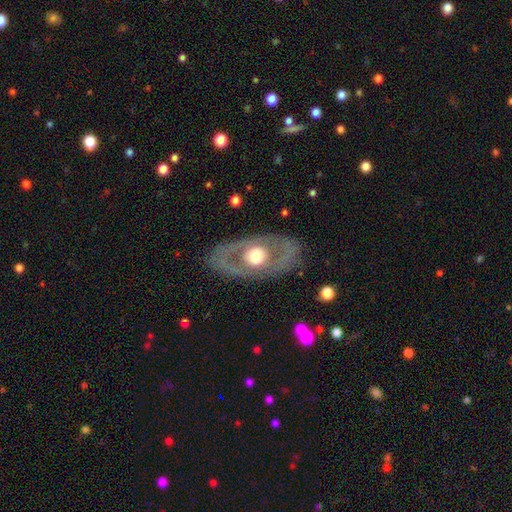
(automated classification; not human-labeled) This is likely a featured or disk galaxy (65%). It is clearly not viewed edge-on (88%). Bar: clearly no (86%). Spiral arm pattern: clearly no (83%). Central bulge: possibly moderate (52%). Merging: clearly none (81%).